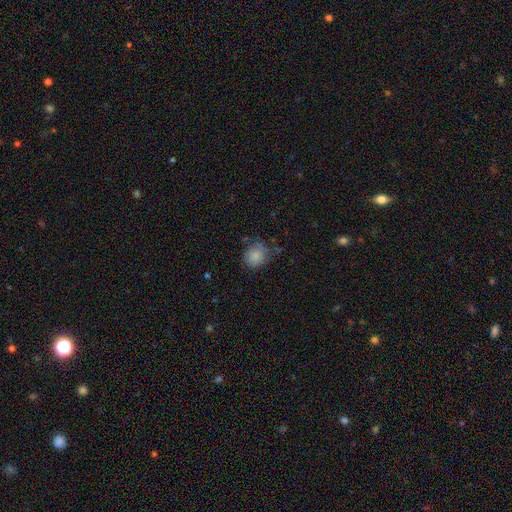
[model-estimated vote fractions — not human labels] This appears to be a smooth galaxy with no disk features (83%) that is round (66%). Merging: none (64%).